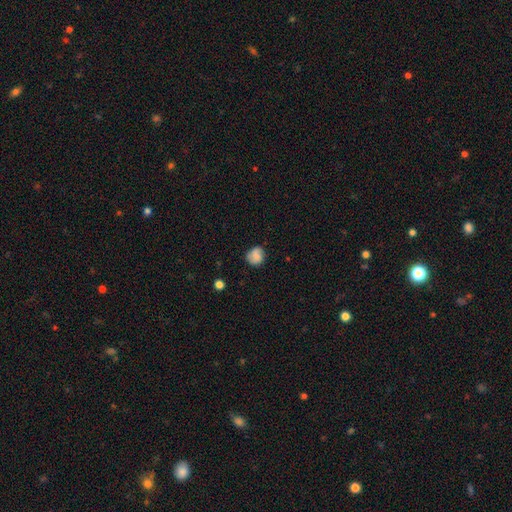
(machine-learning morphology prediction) The model was most divided on "smooth or featured": smooth: 69%, featured or disk: 22%, star or artifact: 9%. More confident: how rounded — round (77%); merging — none (70%).